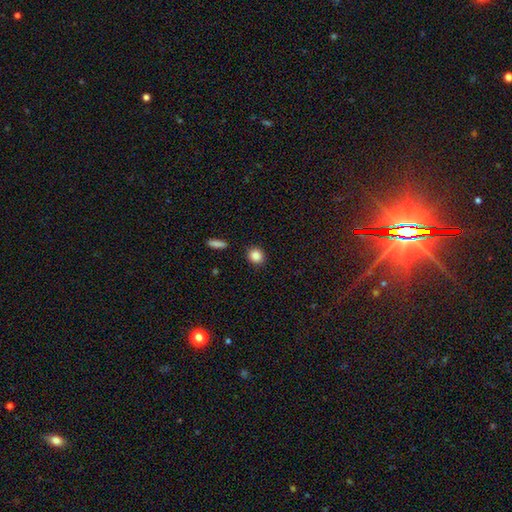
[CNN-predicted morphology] Overall: smooth (87%). How rounded: round (77%). Merging: none (90%).